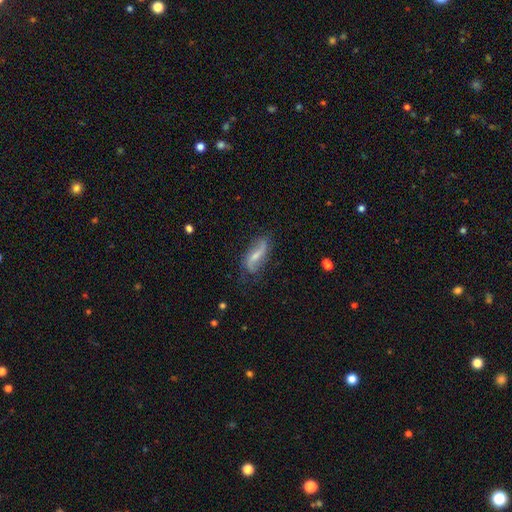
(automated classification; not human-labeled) Smooth or featured? featured or disk (71%)
Edge-on disk? no (88%)
Bar? weak (41%)
Spiral arms? yes (91%)
Spiral winding? loose (76%)
Spiral arm count? 2 (87%)
Bulge size? small (52%)
Merging? none (67%)